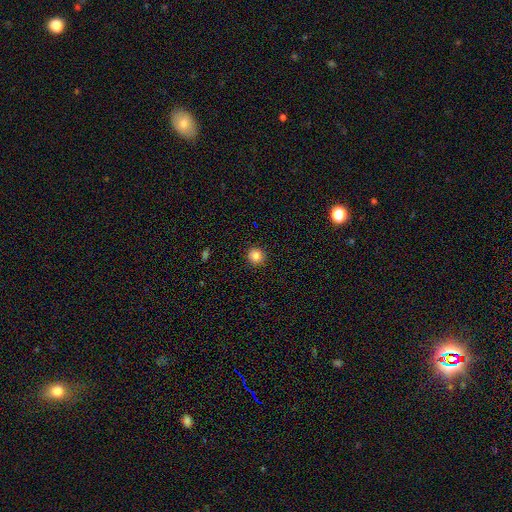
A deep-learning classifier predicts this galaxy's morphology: Smooth or featured? Predicted: smooth (p=0.84). How rounded? Predicted: round (p=0.94). Merging? Predicted: none (p=0.92).